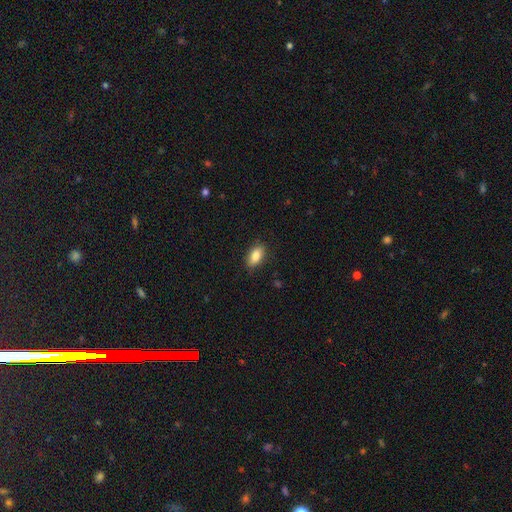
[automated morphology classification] Smooth or featured? smooth (86%)
How rounded? in between (90%)
Merging? none (85%)